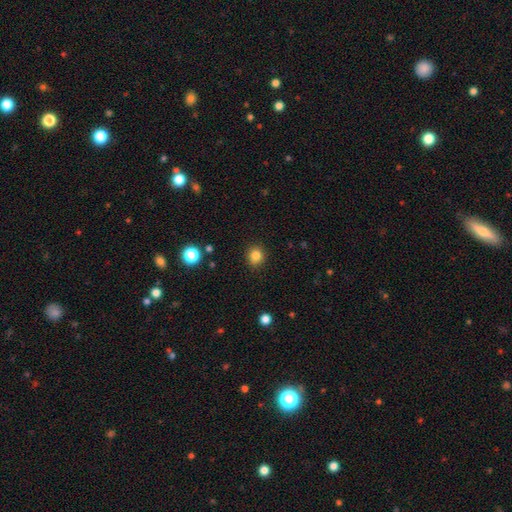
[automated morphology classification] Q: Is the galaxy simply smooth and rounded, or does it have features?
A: smooth — 83%.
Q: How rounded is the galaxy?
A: round — 85%.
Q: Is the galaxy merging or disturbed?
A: none — 90%.